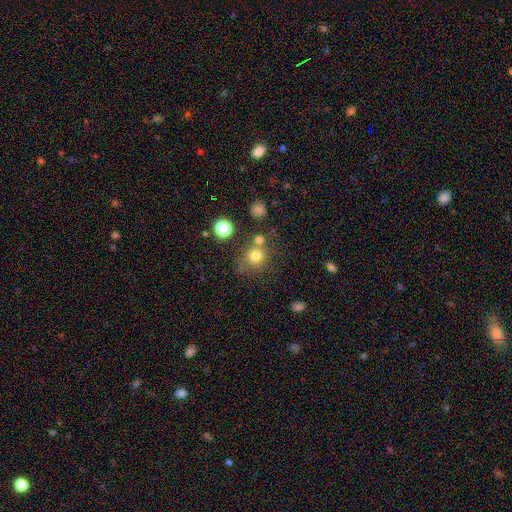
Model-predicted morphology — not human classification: This is likely a smooth galaxy (75%). How rounded: clearly round (86%). Merging: likely none (64%).